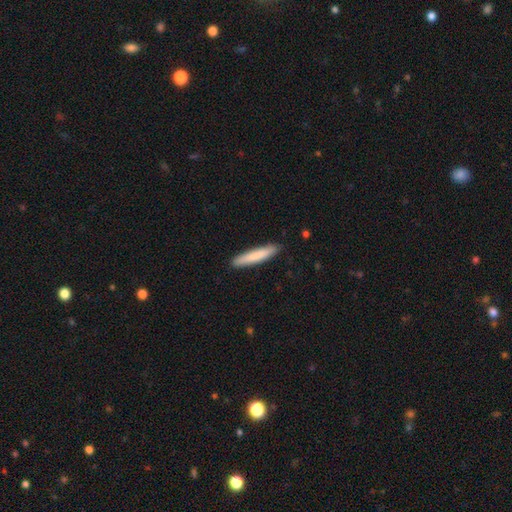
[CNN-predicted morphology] This is clearly a smooth galaxy (81%). How rounded: clearly cigar-shaped (92%). Merging: clearly none (89%).